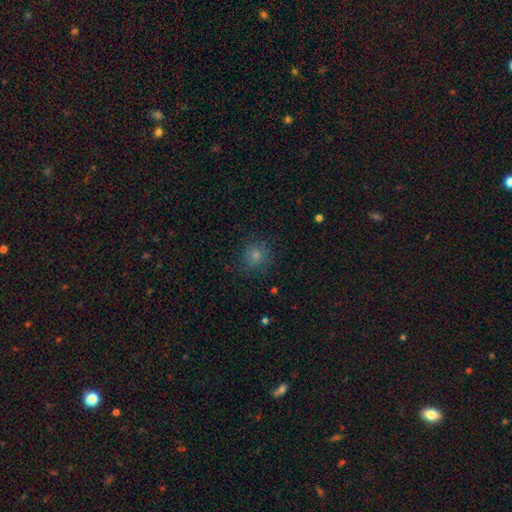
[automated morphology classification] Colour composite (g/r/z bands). It shows a smooth galaxy with no disk features (79%) that is round (85%). Merging: none (82%).